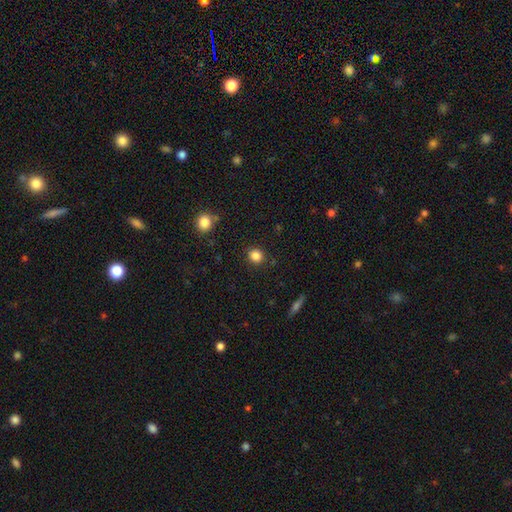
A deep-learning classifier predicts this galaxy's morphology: Smooth or featured? Predicted: smooth (p=0.85). How rounded? Predicted: round (p=0.82). Merging? Predicted: none (p=0.88).